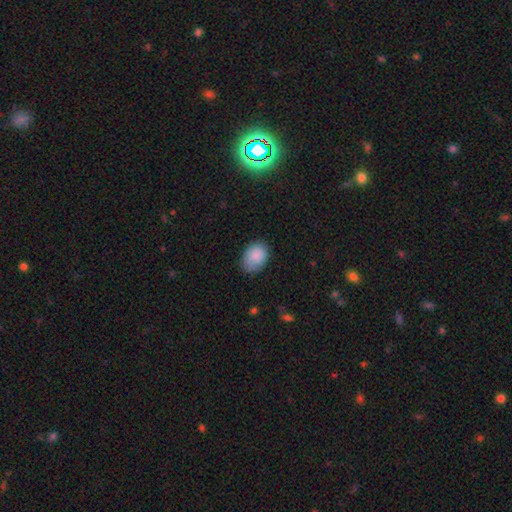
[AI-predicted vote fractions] Smooth or featured? smooth (88%)
How rounded? in between (73%)
Merging? none (74%)